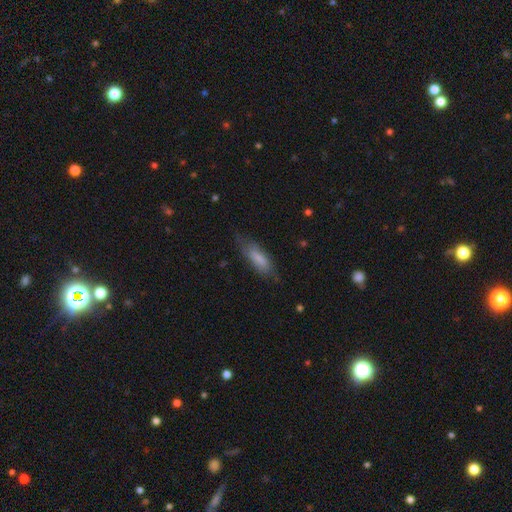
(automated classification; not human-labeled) A smooth galaxy with no disk features (66%) that is in between round and cigar-shaped (49%, tied with cigar-shaped).

Vote fractions:
- Smooth or featured? smooth: 66% / featured or disk: 25% / star or artifact: 9%
- How rounded? in between: 49% (tied) / cigar-shaped: 49% (tied) / round: 2%
- Merging? none: 70% / minor disturbance: 21% / major disturbance: 7% / merger: 1%